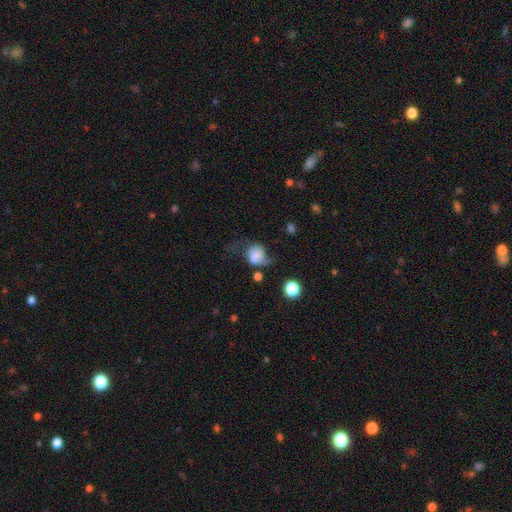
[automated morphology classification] type=smooth (56%); roundness=round (55%); merging=major disturbance (36%).